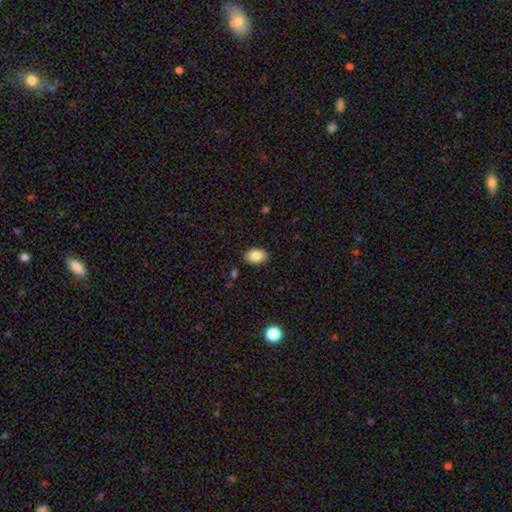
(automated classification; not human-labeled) Overall: smooth (83%). How rounded: in between (87%). Merging: none (88%).